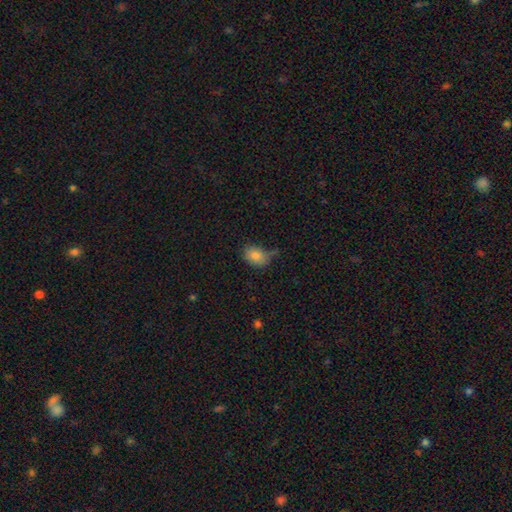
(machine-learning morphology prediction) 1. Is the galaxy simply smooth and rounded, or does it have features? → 82% smooth, 10% star or artifact, 9% featured or disk.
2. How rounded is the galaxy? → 68% in between, 30% round, 1% cigar-shaped.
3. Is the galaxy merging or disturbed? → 57% none, 29% minor disturbance, 9% major disturbance, 6% merger.